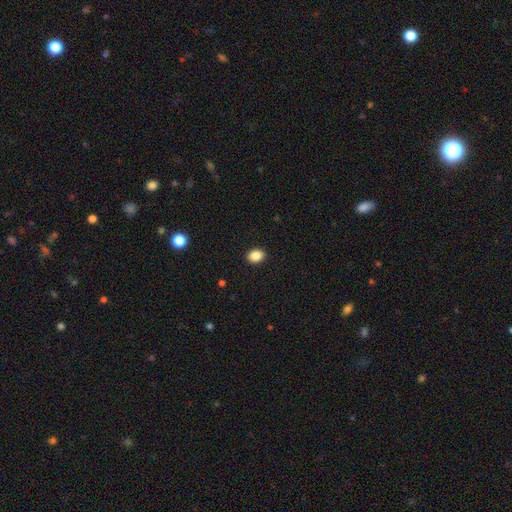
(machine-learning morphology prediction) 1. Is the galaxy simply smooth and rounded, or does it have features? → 87% smooth, 9% star or artifact, 4% featured or disk.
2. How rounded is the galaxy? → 61% in between, 38% round, 1% cigar-shaped.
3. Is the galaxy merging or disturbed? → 91% none, 6% minor disturbance, 2% major disturbance, 1% merger.